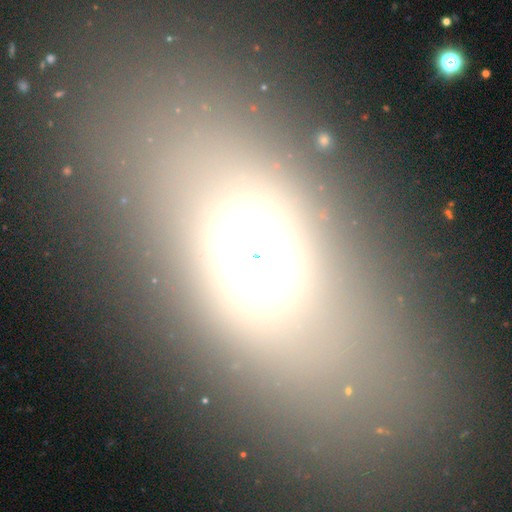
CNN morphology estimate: smooth_or_featured: smooth (p=0.57) [alt: featured or disk p=0.22]
how_rounded: in between (p=0.82) [alt: round p=0.14]
merging: none (p=0.78) [alt: minor disturbance p=0.11]